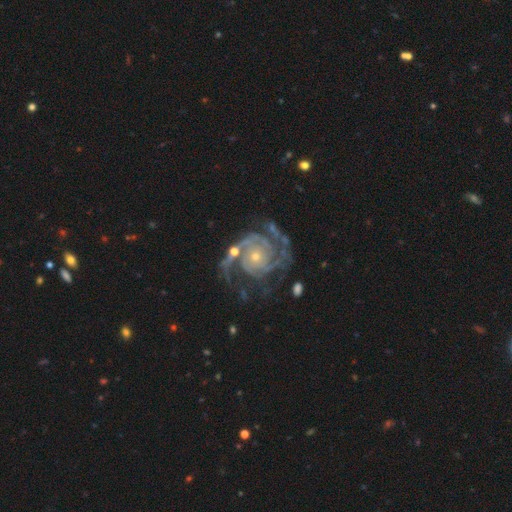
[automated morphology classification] Q: Smooth or featured?
A: featured or disk (92%); runner-up: star or artifact (5%)
Q: Edge-on disk?
A: no (98%); runner-up: yes (2%)
Q: Bar?
A: no (77%); runner-up: weak (17%)
Q: Spiral arms?
A: yes (98%); runner-up: no (2%)
Q: Spiral winding?
A: tight (63%); runner-up: medium (31%)
Q: Spiral arm count?
A: 2 (53%); runner-up: 3 (21%)
Q: Bulge size?
A: small (71%); runner-up: moderate (25%)
Q: Merging?
A: none (62%); runner-up: minor disturbance (18%)